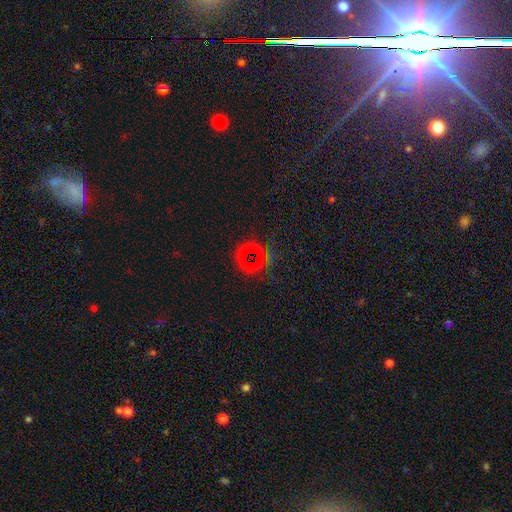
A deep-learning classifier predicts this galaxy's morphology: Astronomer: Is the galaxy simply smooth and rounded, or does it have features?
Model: star or artifact — 60%.